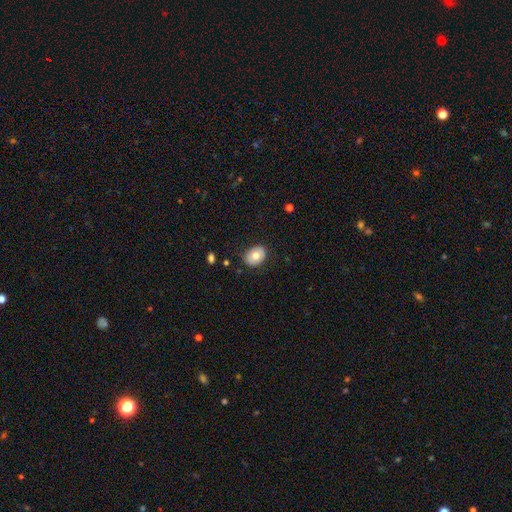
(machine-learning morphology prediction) A smooth galaxy with no disk features (70%) that is in between round and cigar-shaped (60%). Merging: none (83%).